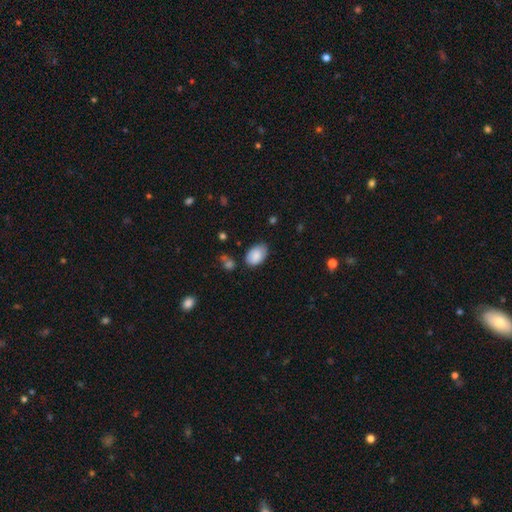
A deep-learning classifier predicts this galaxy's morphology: This appears to be a smooth galaxy with no disk features (86%) that is in between round and cigar-shaped (90%). Merging: none (71%).